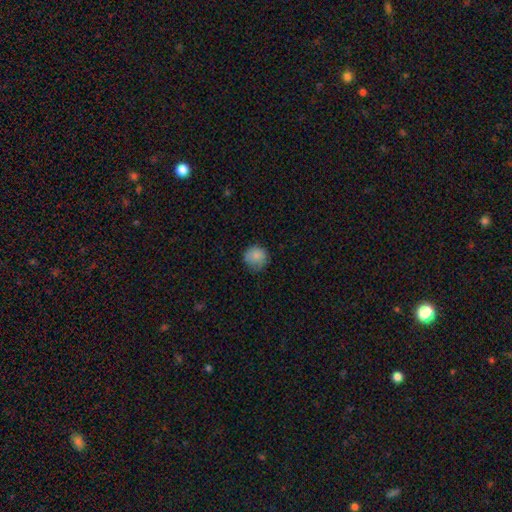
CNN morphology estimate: The model was most divided on "merging": none: 76%, minor disturbance: 19%, major disturbance: 4%, merger: 1%. More confident: how rounded — round (91%); smooth or featured — smooth (85%).